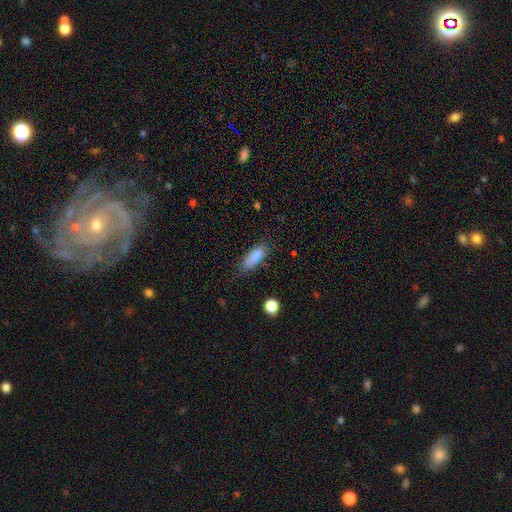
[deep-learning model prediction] Smooth or featured? smooth (79%)
How rounded? in between (66%)
Merging? none (67%)